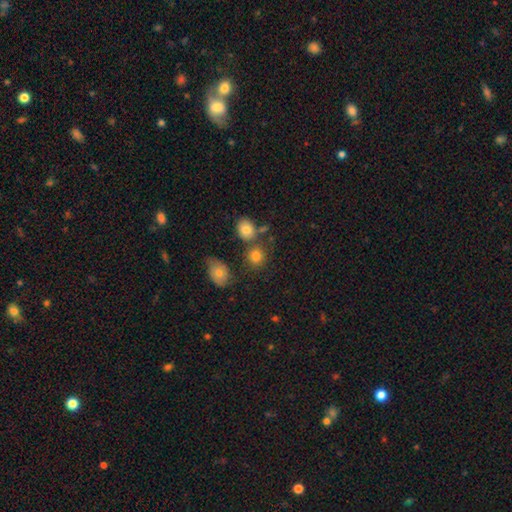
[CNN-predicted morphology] The model was most divided on "merging": none: 66%, merger: 17%, minor disturbance: 12%, major disturbance: 5%. More confident: smooth or featured — smooth (81%); how rounded — round (77%).